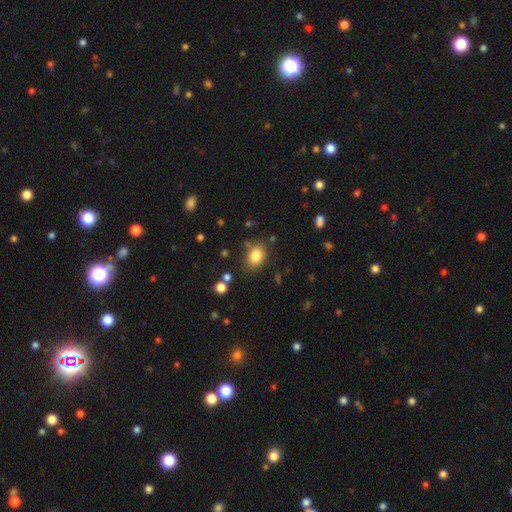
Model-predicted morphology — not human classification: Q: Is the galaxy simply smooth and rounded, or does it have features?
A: smooth — 84%.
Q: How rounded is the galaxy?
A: in between — 75%.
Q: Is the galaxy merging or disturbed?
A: none — 78%.